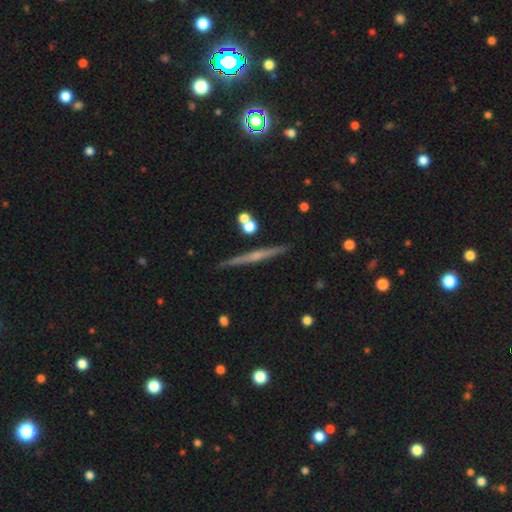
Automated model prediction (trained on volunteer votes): featured or disk 68%, smooth 24%, star or artifact 8%. Down the decision tree: edge-on disk — yes (98%); edge-on bulge — rounded (53%); merging — none (89%).